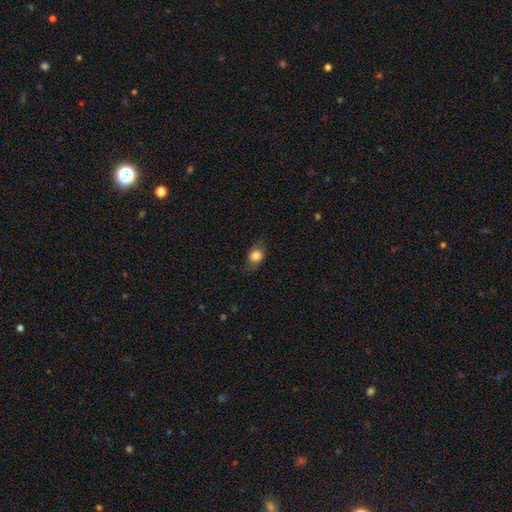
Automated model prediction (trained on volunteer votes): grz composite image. It shows a smooth galaxy with no disk features (77%) that is in between round and cigar-shaped (59%). Merging: none (75%).